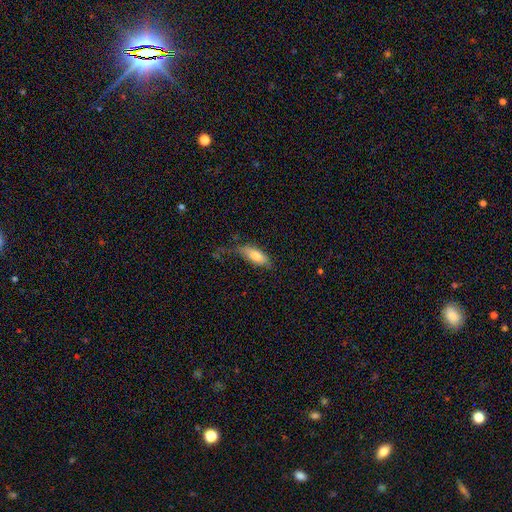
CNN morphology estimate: smooth_or_featured: smooth (p=0.76) [alt: featured or disk p=0.18]
how_rounded: in between (p=0.73) [alt: cigar-shaped p=0.25]
merging: none (p=0.47) [alt: minor disturbance p=0.32]